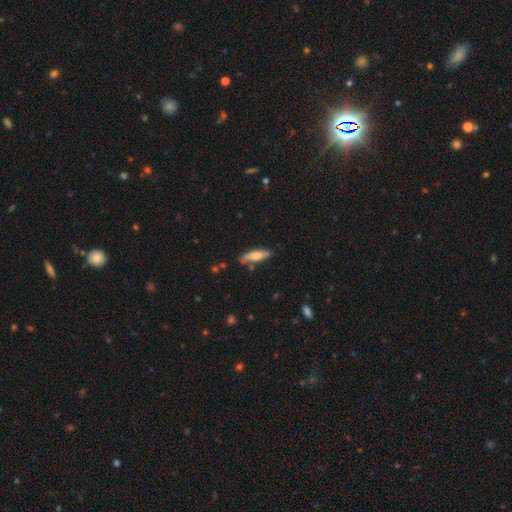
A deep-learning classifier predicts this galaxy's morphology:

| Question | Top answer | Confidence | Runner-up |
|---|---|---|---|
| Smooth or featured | smooth | 69% | featured or disk (25%) |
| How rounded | cigar-shaped | 61% | in between (37%) |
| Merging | none | 73% | minor disturbance (18%) |